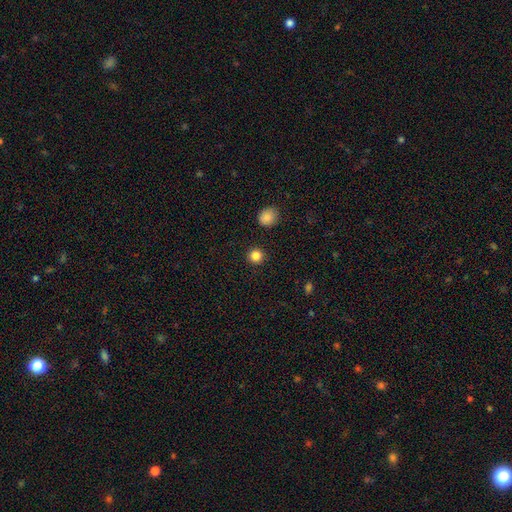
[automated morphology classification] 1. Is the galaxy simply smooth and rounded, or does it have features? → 85% smooth, 12% star or artifact, 4% featured or disk.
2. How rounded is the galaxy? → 94% round, 5% in between, 1% cigar-shaped.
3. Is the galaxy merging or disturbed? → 93% none, 4% minor disturbance, 2% major disturbance, 1% merger.